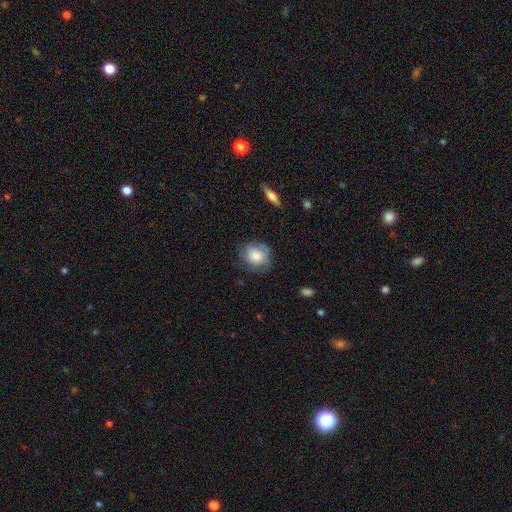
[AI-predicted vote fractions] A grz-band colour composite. It shows a smooth galaxy with no disk features (72%) that is round (72%). Merging: none (65%).